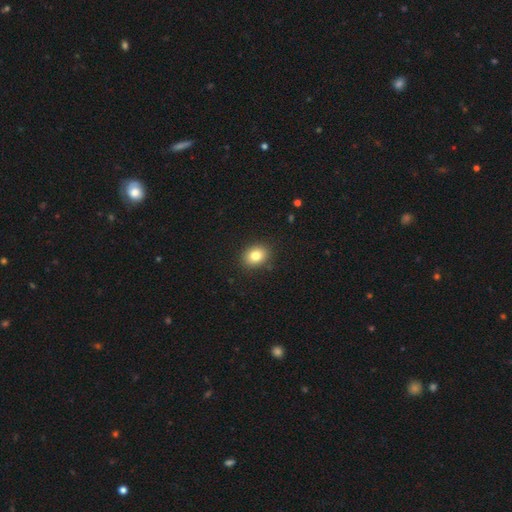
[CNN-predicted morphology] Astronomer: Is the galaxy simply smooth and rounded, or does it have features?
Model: smooth — 82%.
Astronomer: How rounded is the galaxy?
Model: in between — 55% (runner-up: round, 44%).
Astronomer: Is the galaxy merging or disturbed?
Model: none — 89%.